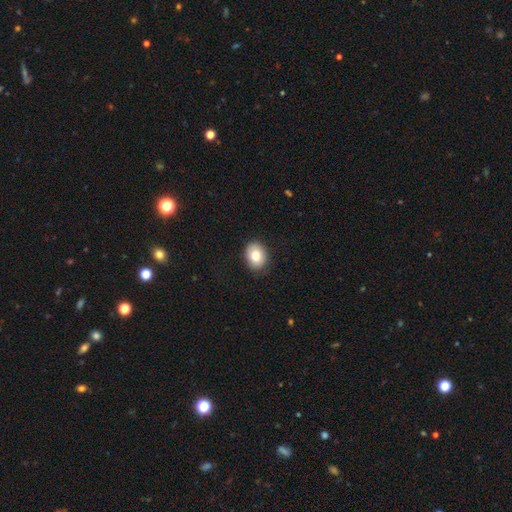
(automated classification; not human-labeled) Morphology: type=smooth (81%); roundness=in between (58%); merging=none (86%).